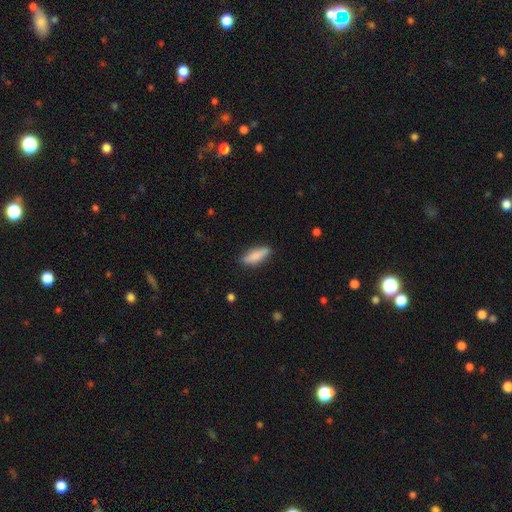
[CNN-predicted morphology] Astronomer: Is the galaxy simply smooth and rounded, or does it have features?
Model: smooth — 80%.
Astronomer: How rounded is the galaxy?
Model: in between — 50% (runner-up: cigar-shaped, 48%).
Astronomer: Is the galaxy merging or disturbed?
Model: none — 82%.